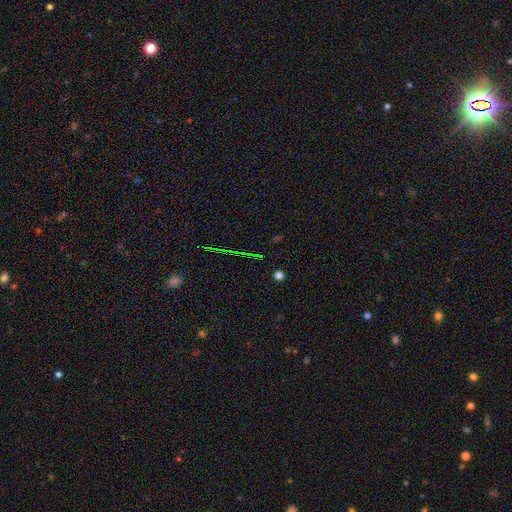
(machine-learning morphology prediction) A star or artifact, not a galaxy (71%).

Vote fractions:
- Smooth or featured? star or artifact: 71% / smooth: 18% / featured or disk: 11%